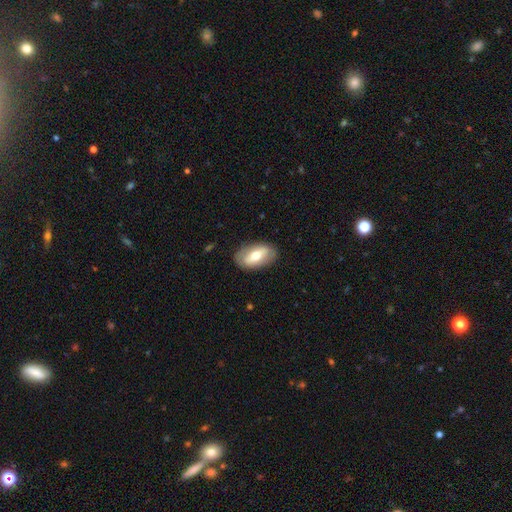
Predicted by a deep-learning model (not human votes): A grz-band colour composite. It shows a smooth galaxy with no disk features (51%) that is in between round and cigar-shaped (89%). Merging: none (84%).